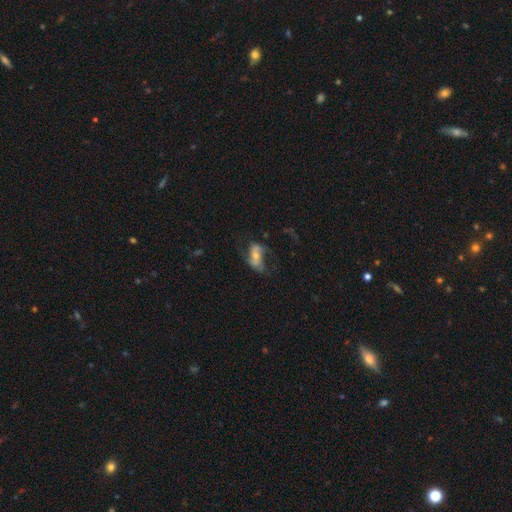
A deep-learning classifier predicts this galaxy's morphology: smooth-or-featured: featured or disk: 66% | smooth: 25% | star or artifact: 8%
  disk-edge-on: no: 94% | yes: 6%
    bar: no: 42% | weak: 32% | strong: 27%
    has-spiral-arms: yes: 82% | no: 18%
      spiral-winding: loose: 59% | medium: 31% | tight: 10%
      spiral-arm-count: 2: 85% | can't tell: 7% | 1: 4% | 3: 2% | 4: 1% | more than 4: 1%
    bulge-size: moderate: 50% | small: 41% | large: 4% | none: 3% | dominant: 1%
  merging: none: 54% | major disturbance: 22% | minor disturbance: 21% | merger: 3%